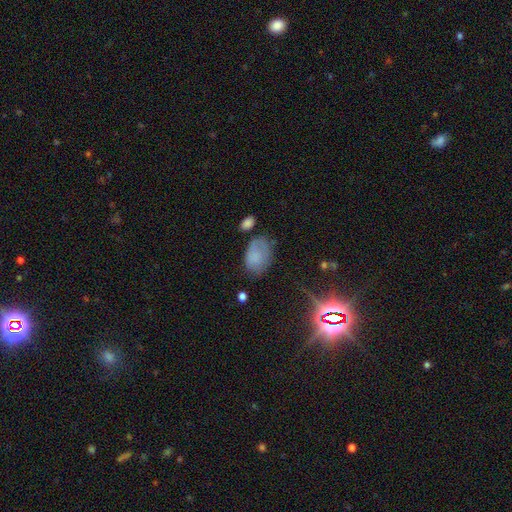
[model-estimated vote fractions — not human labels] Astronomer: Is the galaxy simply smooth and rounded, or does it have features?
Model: smooth — 71%.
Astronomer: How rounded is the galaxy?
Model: in between — 86%.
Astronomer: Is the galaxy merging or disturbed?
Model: none — 52% (runner-up: minor disturbance, 30%).